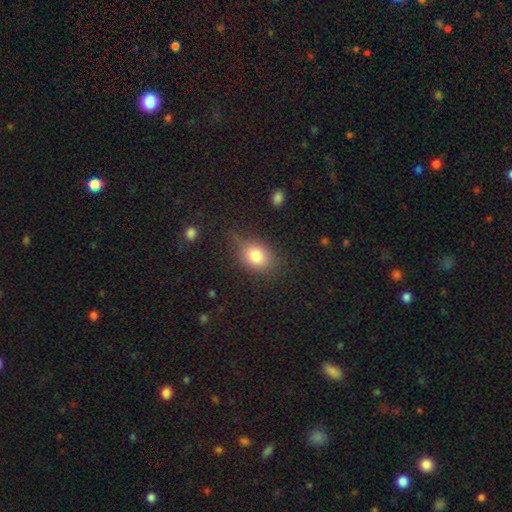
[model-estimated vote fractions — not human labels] smooth_or_featured: smooth (p=0.80) [alt: featured or disk p=0.10]
how_rounded: in between (p=0.62) [alt: round p=0.36]
merging: none (p=0.63) [alt: minor disturbance p=0.26]